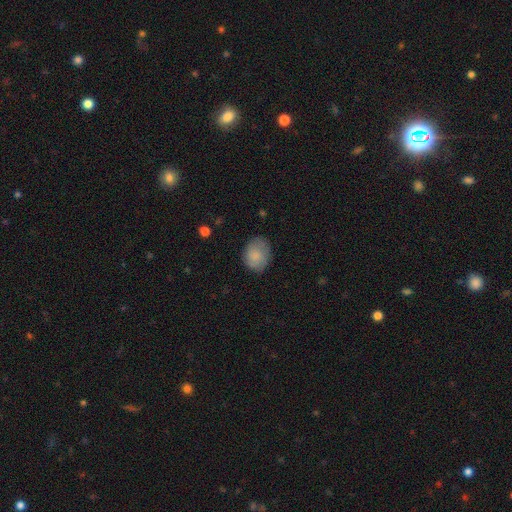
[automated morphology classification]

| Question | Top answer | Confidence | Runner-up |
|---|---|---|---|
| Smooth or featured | smooth | 83% | featured or disk (10%) |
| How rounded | in between | 58% | round (41%) |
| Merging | none | 72% | minor disturbance (21%) |